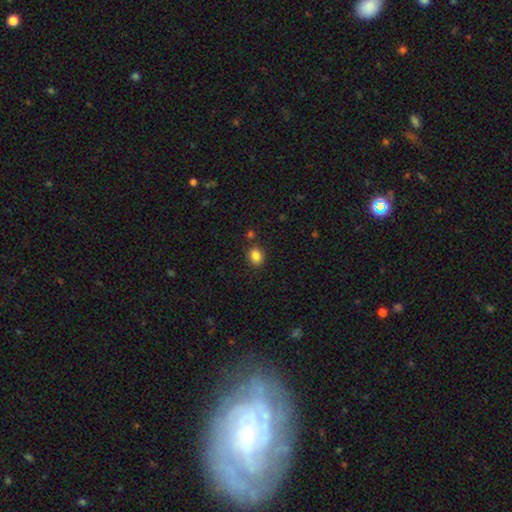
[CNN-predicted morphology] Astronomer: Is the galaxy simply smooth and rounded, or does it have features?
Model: smooth — 85%.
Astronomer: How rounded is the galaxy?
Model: round — 52% (runner-up: in between, 48%).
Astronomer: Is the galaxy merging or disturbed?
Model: none — 82%.